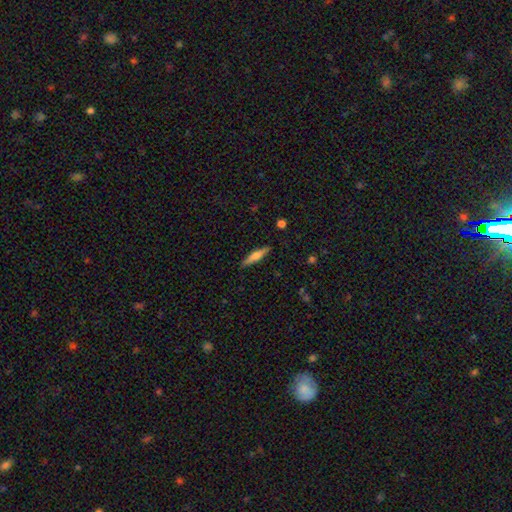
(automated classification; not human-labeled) This appears to be a smooth galaxy with no disk features (61%) that is cigar-shaped (84%). Merging: none (88%).